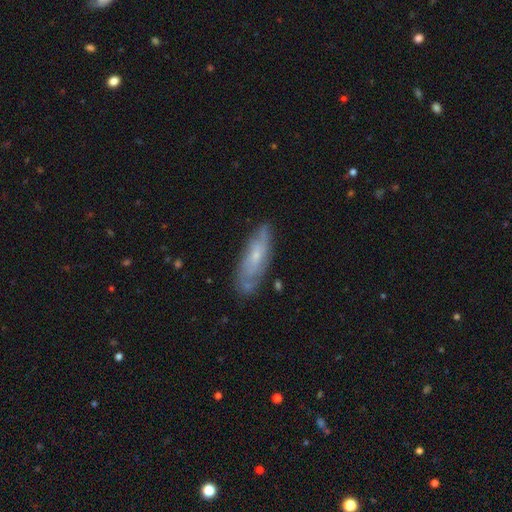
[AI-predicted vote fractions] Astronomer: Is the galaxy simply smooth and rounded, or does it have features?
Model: featured or disk — 57% (runner-up: smooth, 36%).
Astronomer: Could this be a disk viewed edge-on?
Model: no — 74%.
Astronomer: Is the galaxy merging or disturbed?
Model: none — 75%.